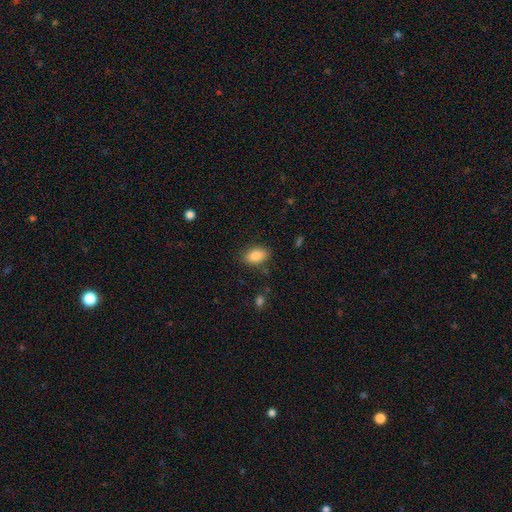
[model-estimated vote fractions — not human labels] smooth_or_featured: smooth (p=0.86) [alt: star or artifact p=0.08]
how_rounded: in between (p=0.90) [alt: round p=0.07]
merging: none (p=0.82) [alt: minor disturbance p=0.12]